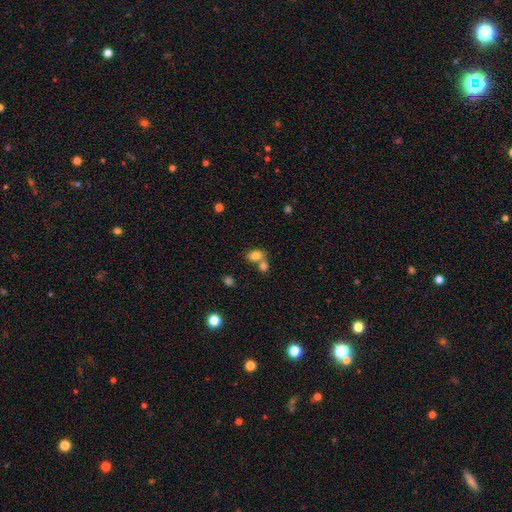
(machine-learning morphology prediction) This is likely a smooth galaxy (80%). How rounded: likely in between (72%). Merging: marginally merger (44%).